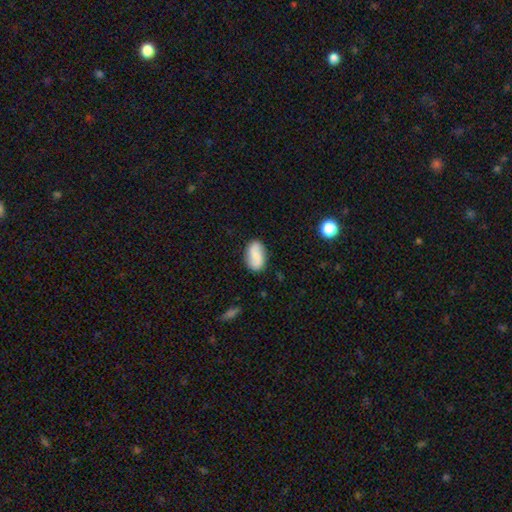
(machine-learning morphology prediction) smooth 65%, featured or disk 28%, star or artifact 8%. Down the decision tree: how rounded — in between (92%); merging — none (83%).